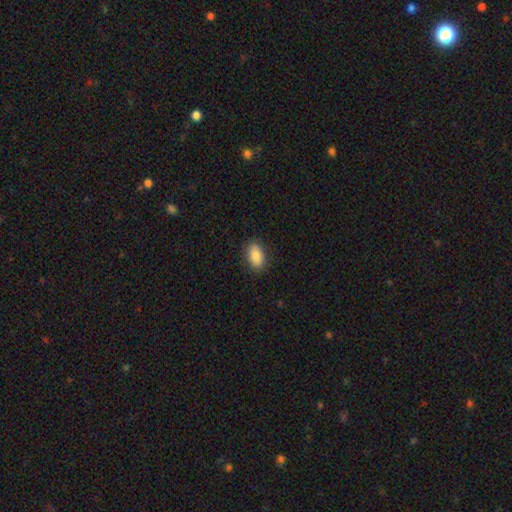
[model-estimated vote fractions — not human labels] The model was most divided on "merging": none: 88%, minor disturbance: 9%, major disturbance: 2%, merger: 1%. More confident: how rounded — in between (91%); smooth or featured — smooth (86%).